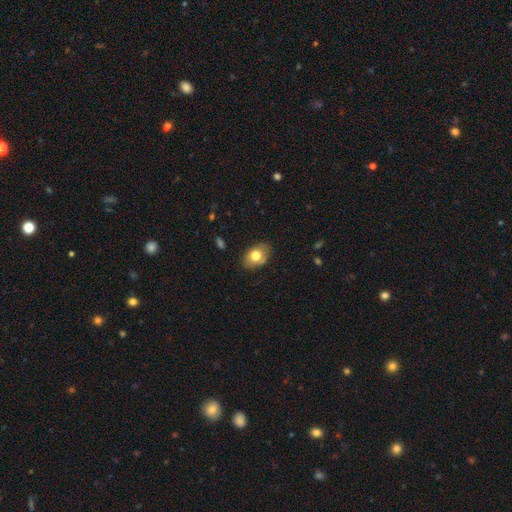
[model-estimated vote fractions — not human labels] Smooth or featured? smooth (74%)
How rounded? in between (78%)
Merging? none (76%)